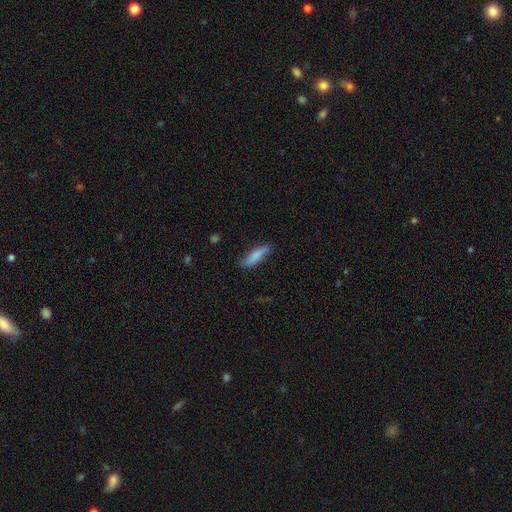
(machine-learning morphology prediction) The model was most divided on "how rounded": cigar-shaped: 61%, in between: 37%, round: 2%. More confident: merging — none (79%); smooth or featured — smooth (79%).